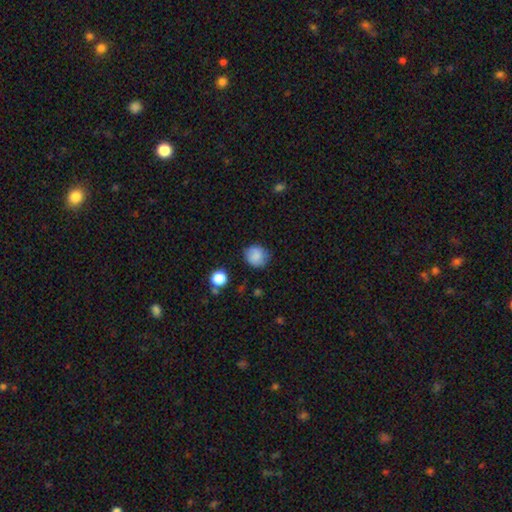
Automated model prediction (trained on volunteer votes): A smooth galaxy with no disk features (83%) that is round (84%).

Vote fractions:
- Smooth or featured? smooth: 83% / star or artifact: 9% / featured or disk: 8%
- How rounded? round: 84% / in between: 15% / cigar-shaped: 1%
- Merging? none: 78% / minor disturbance: 16% / major disturbance: 4% / merger: 2%